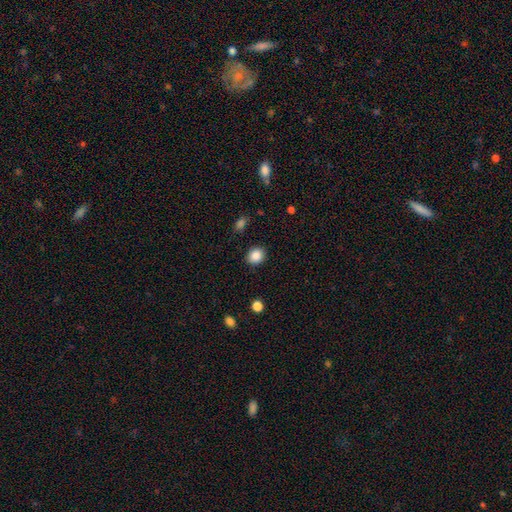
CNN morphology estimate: type=smooth (87%); roundness=round (63%); merging=none (88%).